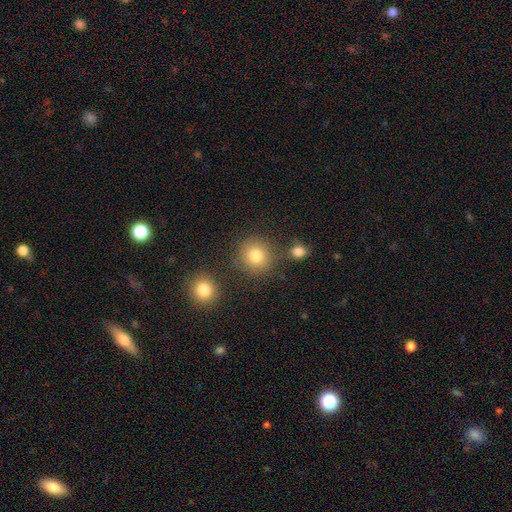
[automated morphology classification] Smooth or featured?
  - smooth: 81% *
  - star or artifact: 12%
  - featured or disk: 7%
How rounded?
  - round: 90% *
  - in between: 9%
  - cigar-shaped: 1%
Merging?
  - none: 81% *
  - minor disturbance: 8%
  - merger: 7%
  - major disturbance: 3%